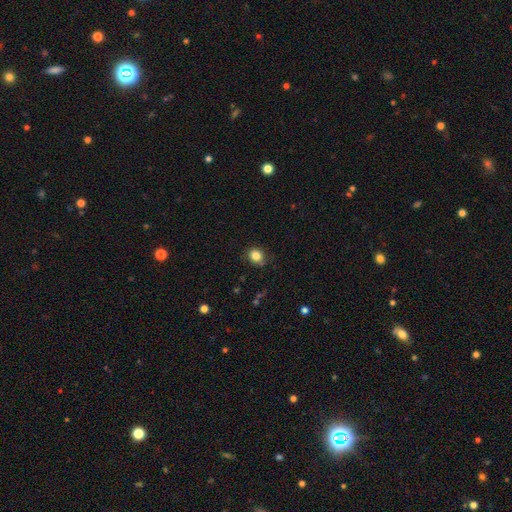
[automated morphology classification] smooth_or_featured: smooth (p=0.84) [alt: star or artifact p=0.11]
how_rounded: round (p=0.66) [alt: in between p=0.33]
merging: none (p=0.82) [alt: minor disturbance p=0.14]